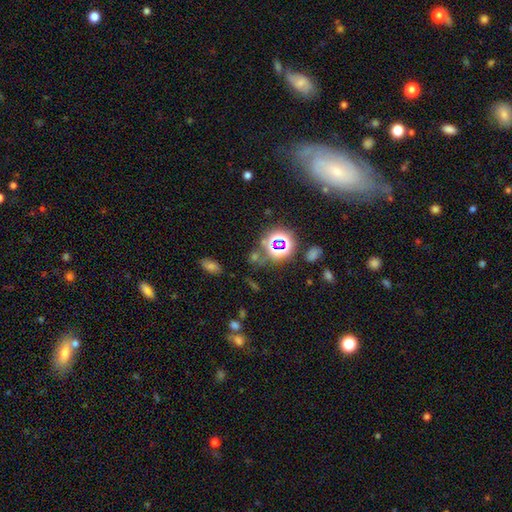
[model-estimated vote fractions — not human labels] A star or artifact, not a galaxy (58%).

Vote fractions:
- Smooth or featured? star or artifact: 58% / smooth: 29% / featured or disk: 14%